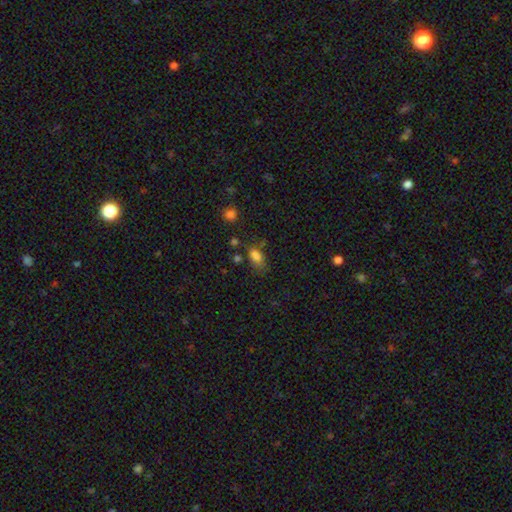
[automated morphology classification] Smooth or featured? Predicted: smooth (p=0.79). How rounded? Predicted: in between (p=0.85). Merging? Predicted: none (p=0.49).